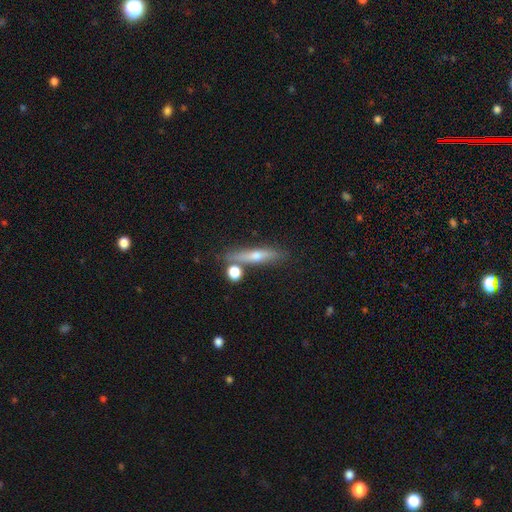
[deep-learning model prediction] The model was most divided on "smooth or featured": featured or disk: 53%, smooth: 37%, star or artifact: 9%. More confident: edge-on disk — yes (90%); merging — none (74%).